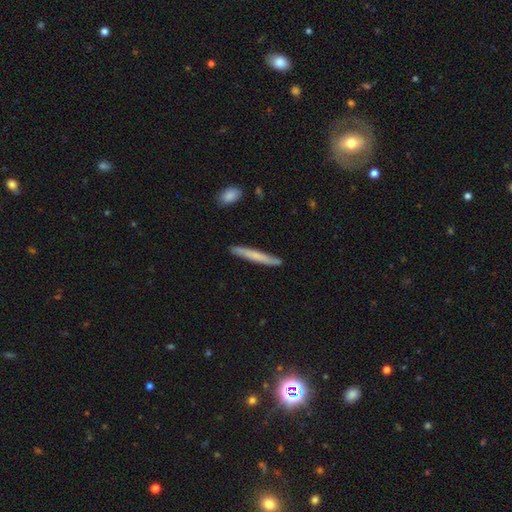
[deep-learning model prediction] Smooth or featured? Predicted: smooth (p=0.61). How rounded? Predicted: cigar-shaped (p=0.96). Merging? Predicted: none (p=0.87).